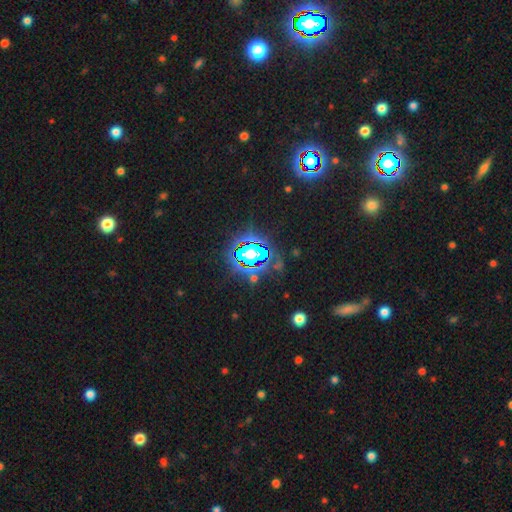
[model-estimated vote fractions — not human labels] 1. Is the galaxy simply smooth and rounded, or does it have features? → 81% star or artifact, 11% smooth, 8% featured or disk.